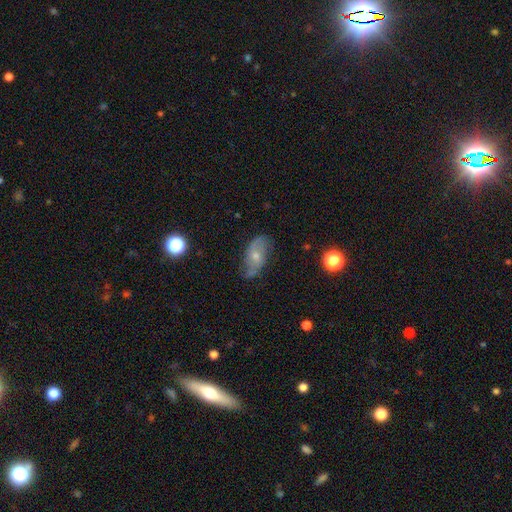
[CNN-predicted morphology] Q: Smooth or featured?
A: featured or disk (57%); runner-up: smooth (34%)
Q: Edge-on disk?
A: no (92%); runner-up: yes (8%)
Q: Bar?
A: no (67%); runner-up: weak (27%)
Q: Spiral arms?
A: yes (79%); runner-up: no (21%)
Q: Bulge size?
A: small (50%); runner-up: moderate (44%)
Q: Merging?
A: none (66%); runner-up: minor disturbance (25%)